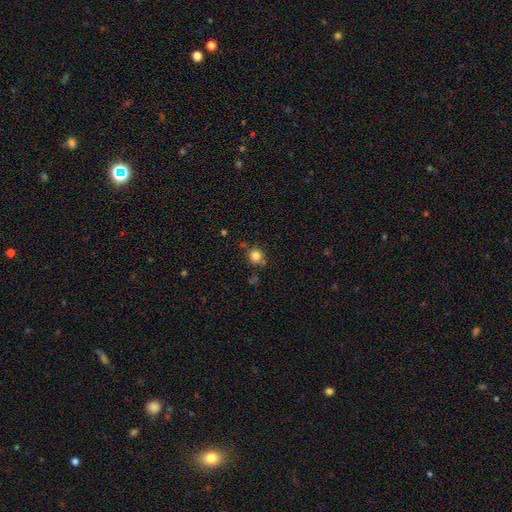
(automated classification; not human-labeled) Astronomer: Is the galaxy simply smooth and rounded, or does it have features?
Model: smooth — 83%.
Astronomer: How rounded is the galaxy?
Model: round — 88%.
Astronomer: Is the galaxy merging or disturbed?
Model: none — 75%.